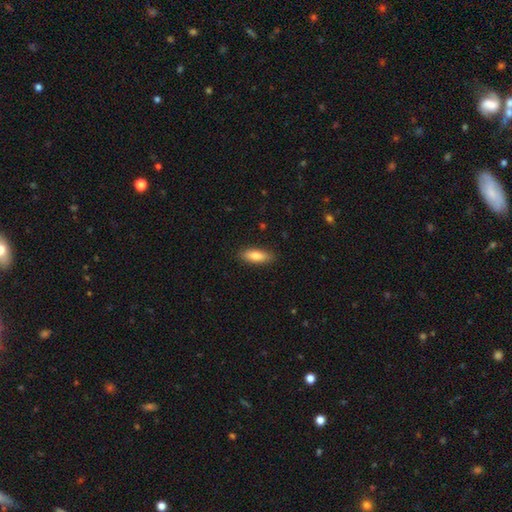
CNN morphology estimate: This appears to be a smooth galaxy with no disk features (83%) that is in between round and cigar-shaped (67%). Merging: none (87%).